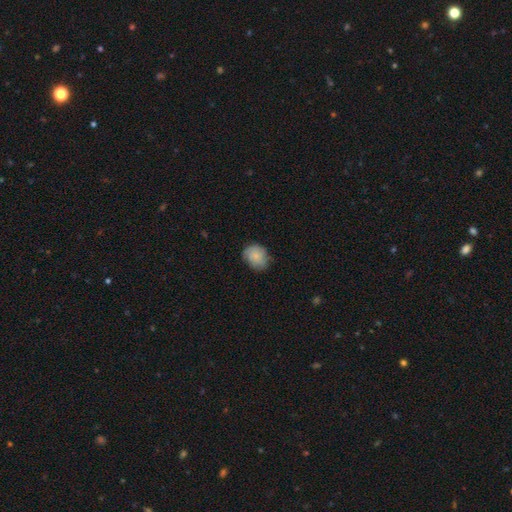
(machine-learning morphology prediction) Q: Smooth or featured?
A: smooth (78%); runner-up: featured or disk (14%)
Q: How rounded?
A: round (59%); runner-up: in between (40%)
Q: Merging?
A: none (70%); runner-up: minor disturbance (24%)